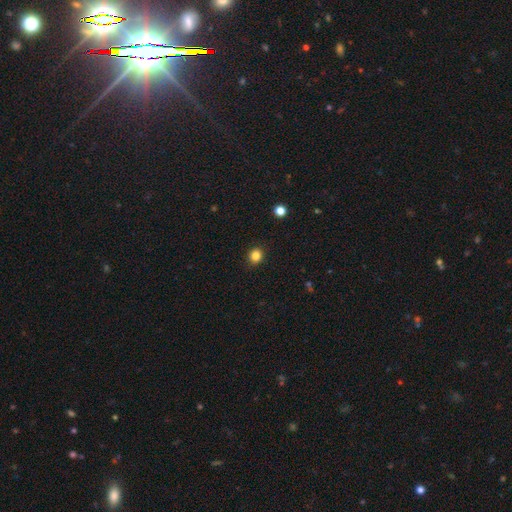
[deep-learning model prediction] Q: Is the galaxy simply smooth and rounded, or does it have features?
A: smooth — 84%.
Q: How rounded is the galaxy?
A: round — 81%.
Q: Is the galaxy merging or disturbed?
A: none — 91%.